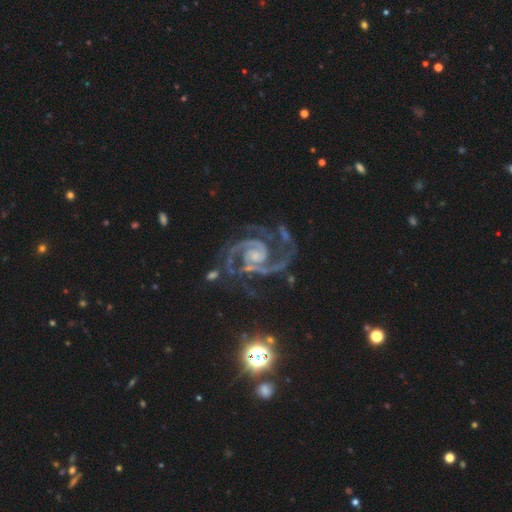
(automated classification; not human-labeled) Morphology: type=featured or disk (94%); edge-on=no (98%); bar=no (57%); spiral arms=yes (99%); winding=medium (50%); arm count=2 (82%); bulge=small (51%); merging=none (61%).